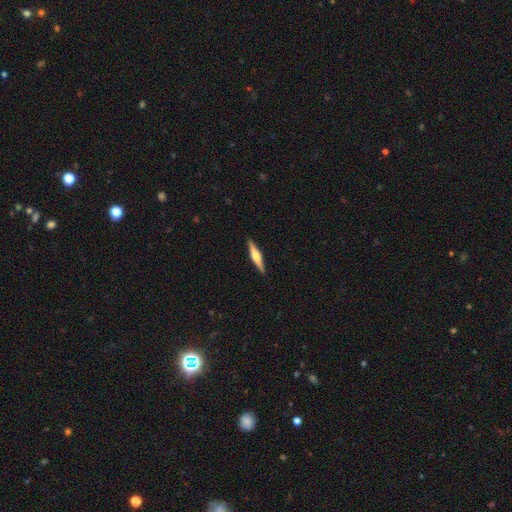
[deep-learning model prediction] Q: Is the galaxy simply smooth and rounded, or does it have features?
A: featured or disk — 61%.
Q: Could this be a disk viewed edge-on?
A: yes — 97%.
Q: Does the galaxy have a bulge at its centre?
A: rounded — 87%.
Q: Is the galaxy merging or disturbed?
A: none — 91%.